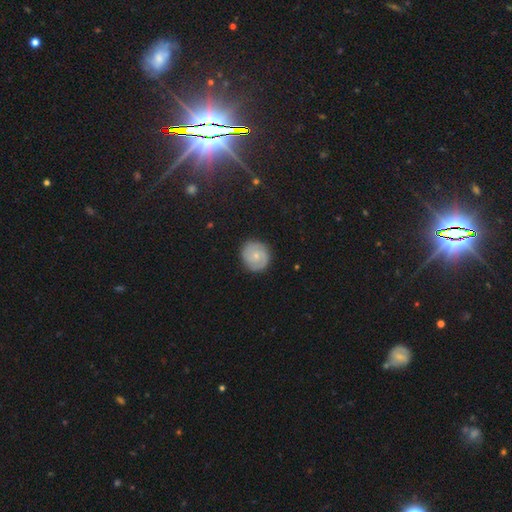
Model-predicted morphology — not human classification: Smooth or featured? Predicted: featured or disk (p=0.66). Edge-on disk? Predicted: no (p=0.98). Bar? Predicted: no (p=0.72). Spiral arms? Predicted: yes (p=0.92). Spiral winding? Predicted: tight (p=0.61). Spiral arm count? Predicted: 2 (p=0.68). Bulge size? Predicted: small (p=0.71). Merging? Predicted: none (p=0.86).